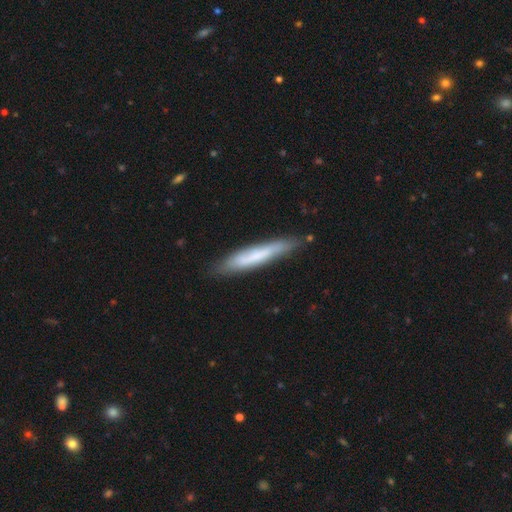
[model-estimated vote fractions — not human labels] This appears to be a smooth galaxy with no disk features (58%) that is cigar-shaped (91%). Merging: none (79%).